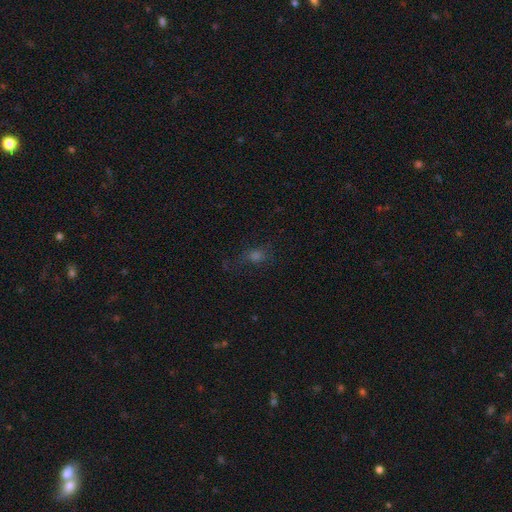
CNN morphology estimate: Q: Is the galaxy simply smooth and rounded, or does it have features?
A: smooth — 50%.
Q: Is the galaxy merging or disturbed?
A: none — 61%.